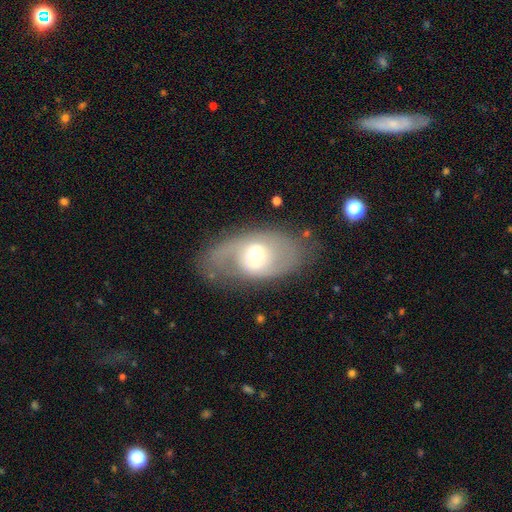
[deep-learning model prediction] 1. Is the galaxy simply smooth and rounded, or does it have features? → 59% featured or disk, 33% smooth, 7% star or artifact.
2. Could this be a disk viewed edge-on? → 90% no, 10% yes.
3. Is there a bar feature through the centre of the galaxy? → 57% no, 32% weak, 11% strong.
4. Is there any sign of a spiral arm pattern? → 53% yes, 47% no.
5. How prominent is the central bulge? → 63% moderate, 19% small, 15% large, 2% dominant, 1% none.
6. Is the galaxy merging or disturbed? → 72% none, 16% minor disturbance, 10% major disturbance, 2% merger.